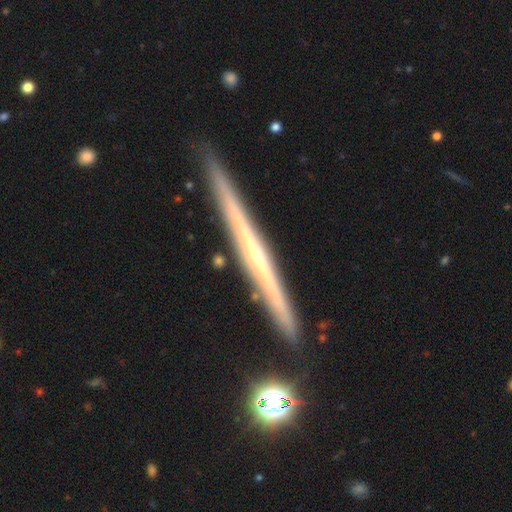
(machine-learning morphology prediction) Smooth or featured? Predicted: featured or disk (p=0.73). Edge-on disk? Predicted: yes (p=0.98). Edge-on bulge? Predicted: none (p=0.75). Merging? Predicted: none (p=0.90).